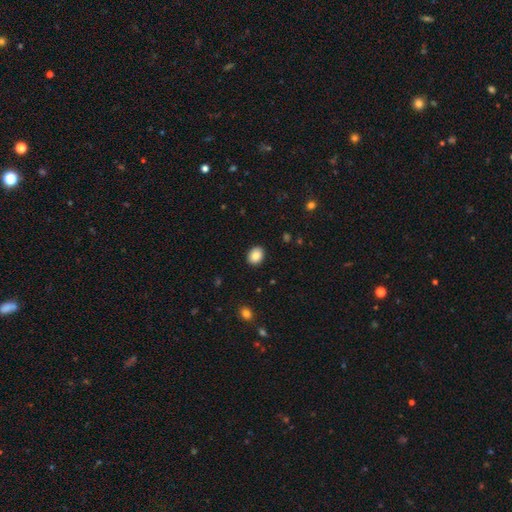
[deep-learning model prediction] Smooth or featured? smooth (87%)
How rounded? round (53%)
Merging? none (90%)